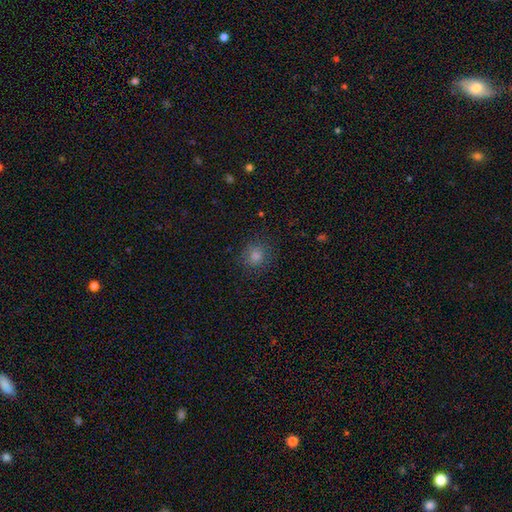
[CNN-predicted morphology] smooth-or-featured: smooth: 75% | star or artifact: 19% | featured or disk: 6%
  how-rounded: round: 86% | in between: 13% | cigar-shaped: 1%
  merging: none: 87% | minor disturbance: 9% | major disturbance: 3% | merger: 1%